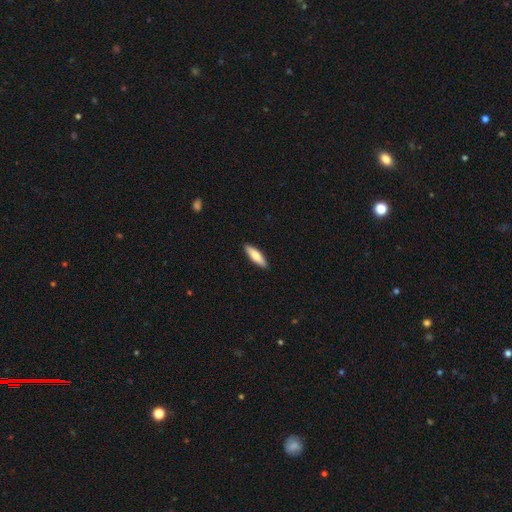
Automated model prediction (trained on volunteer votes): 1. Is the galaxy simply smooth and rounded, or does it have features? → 75% smooth, 19% featured or disk, 5% star or artifact.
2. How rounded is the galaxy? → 64% cigar-shaped, 34% in between, 2% round.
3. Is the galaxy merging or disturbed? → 91% none, 7% minor disturbance, 1% major disturbance, 1% merger.